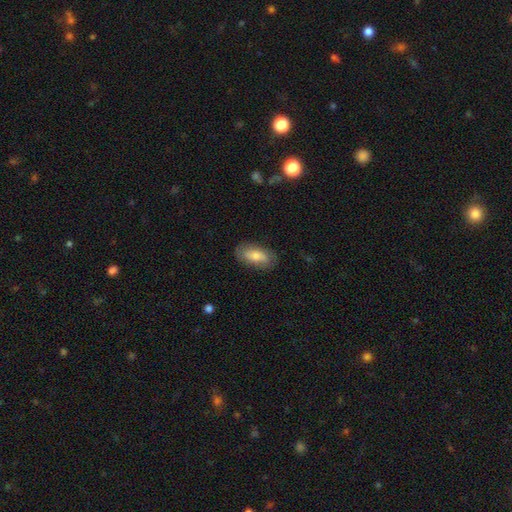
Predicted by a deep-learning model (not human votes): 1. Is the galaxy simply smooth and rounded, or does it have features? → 71% smooth, 23% featured or disk, 6% star or artifact.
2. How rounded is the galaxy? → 89% in between, 8% cigar-shaped, 3% round.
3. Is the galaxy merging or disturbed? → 82% none, 14% minor disturbance, 3% major disturbance, 1% merger.